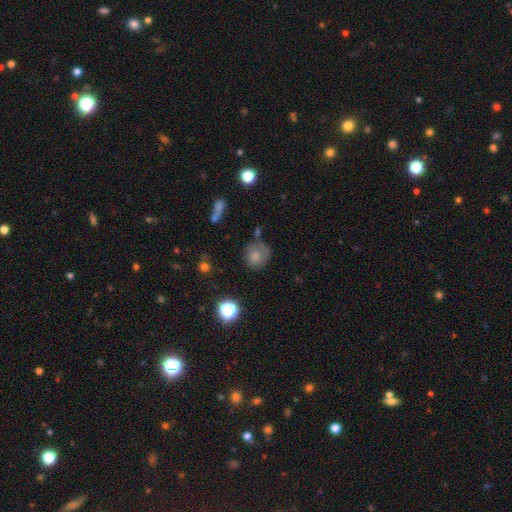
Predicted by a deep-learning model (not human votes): A smooth galaxy with no disk features (74%) that is round (80%).

Vote fractions:
- Smooth or featured? smooth: 74% / featured or disk: 14% / star or artifact: 13%
- How rounded? round: 80% / in between: 19% / cigar-shaped: 1%
- Merging? none: 56% / minor disturbance: 25% / major disturbance: 13% / merger: 6%